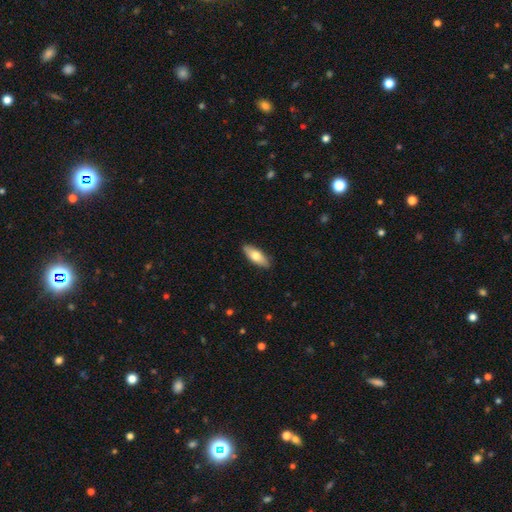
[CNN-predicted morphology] A smooth galaxy with no disk features (70%) that is in between round and cigar-shaped (71%).

Vote fractions:
- Smooth or featured? smooth: 70% / featured or disk: 25% / star or artifact: 5%
- How rounded? in between: 71% / cigar-shaped: 27% / round: 2%
- Merging? none: 89% / minor disturbance: 9% / major disturbance: 2% / merger: 1%